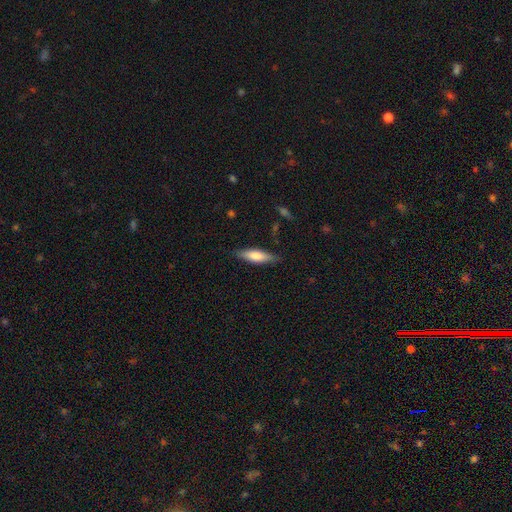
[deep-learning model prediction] Smooth or featured?
  - smooth: 68% *
  - featured or disk: 26%
  - star or artifact: 6%
How rounded?
  - cigar-shaped: 59% *
  - in between: 40%
  - round: 2%
Merging?
  - none: 83% *
  - minor disturbance: 13%
  - major disturbance: 3%
  - merger: 1%